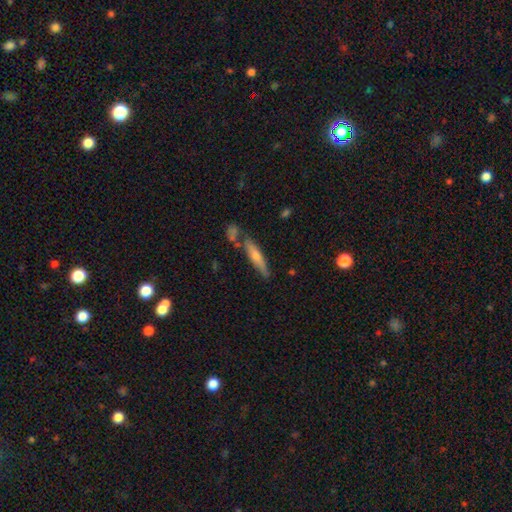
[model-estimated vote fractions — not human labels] Smooth or featured?
  - smooth: 51% *
  - featured or disk: 42%
  - star or artifact: 7%
How rounded?
  - cigar-shaped: 87% *
  - in between: 11%
  - round: 2%
Merging?
  - none: 71% *
  - minor disturbance: 14%
  - merger: 11%
  - major disturbance: 4%